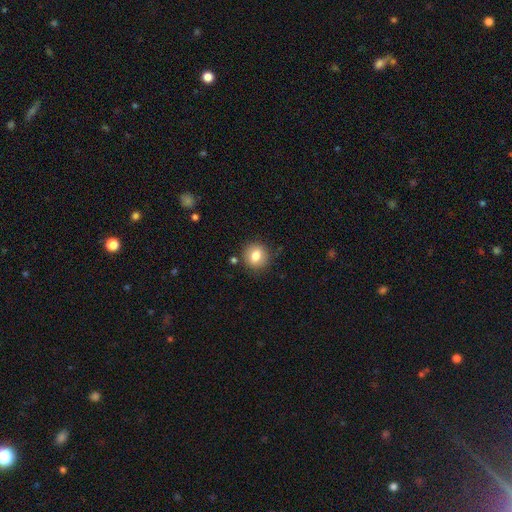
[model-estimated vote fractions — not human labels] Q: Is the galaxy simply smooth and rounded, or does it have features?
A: smooth — 80%.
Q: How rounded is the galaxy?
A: round — 87%.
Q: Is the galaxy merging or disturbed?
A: none — 86%.